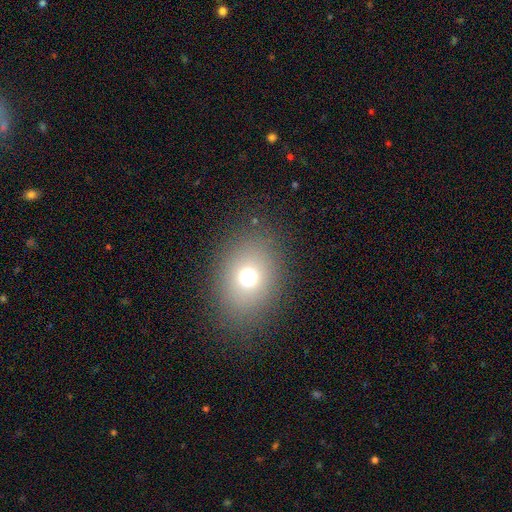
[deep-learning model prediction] smooth_or_featured: smooth (p=0.69) [alt: star or artifact p=0.17]
how_rounded: in between (p=0.60) [alt: round p=0.39]
merging: none (p=0.88) [alt: minor disturbance p=0.08]